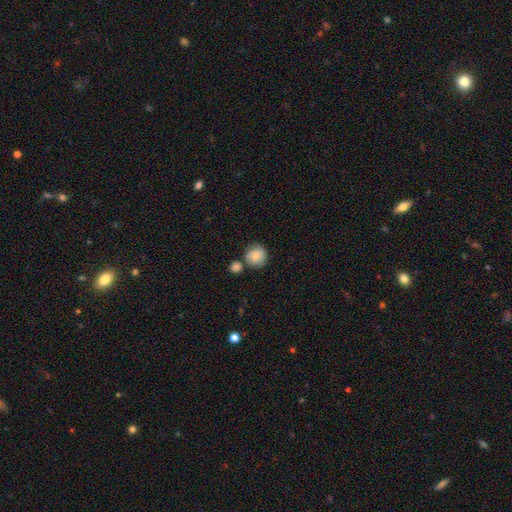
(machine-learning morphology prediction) type=smooth (78%); roundness=round (89%); merging=none (61%).